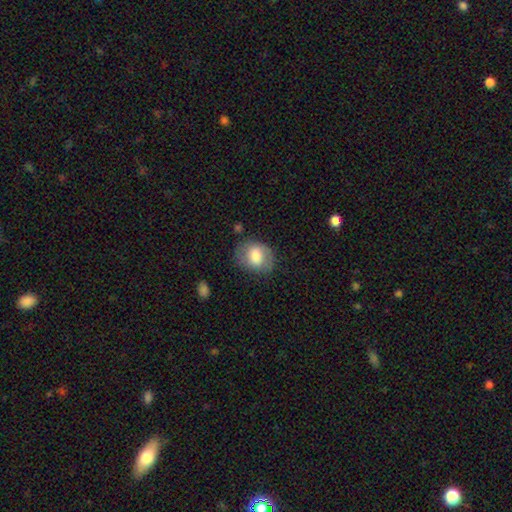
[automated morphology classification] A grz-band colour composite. It shows a smooth galaxy with no disk features (67%) that is in between round and cigar-shaped (55%). Merging: none (70%).